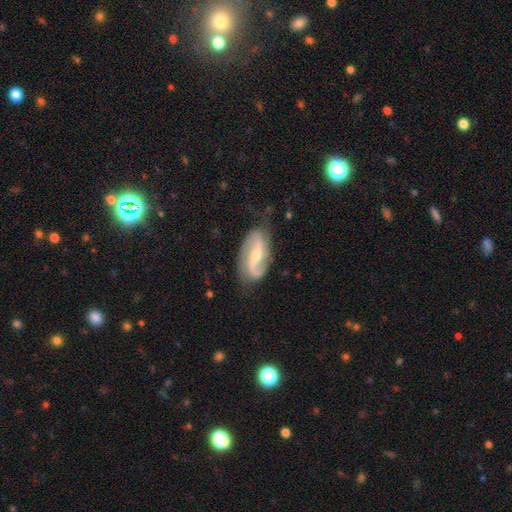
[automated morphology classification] Smooth or featured? Predicted: featured or disk (p=0.87). Edge-on disk? Predicted: no (p=0.96). Bar? Predicted: weak (p=0.40). Spiral arms? Predicted: yes (p=0.96). Spiral winding? Predicted: loose (p=0.47). Spiral arm count? Predicted: 2 (p=0.91). Bulge size? Predicted: small (p=0.48). Merging? Predicted: none (p=0.75).